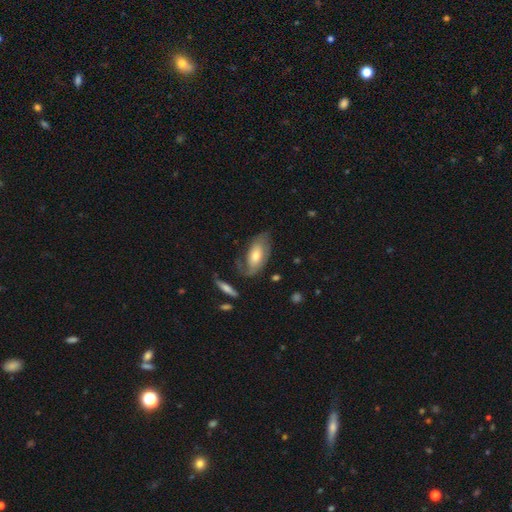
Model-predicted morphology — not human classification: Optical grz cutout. It shows a featured or disk galaxy (49%). Merging: none (57%).